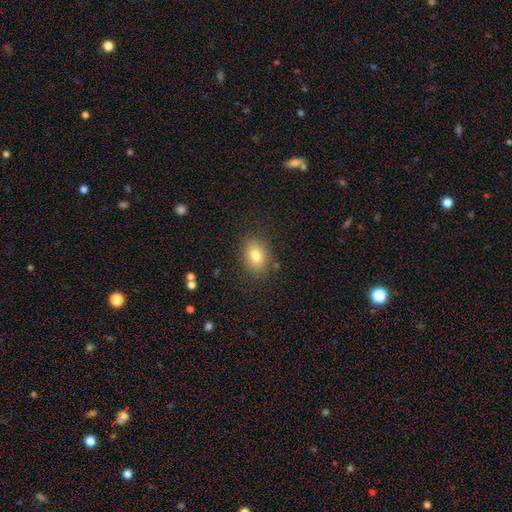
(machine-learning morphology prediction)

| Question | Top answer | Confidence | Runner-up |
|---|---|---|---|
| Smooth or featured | smooth | 79% | featured or disk (11%) |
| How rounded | in between | 75% | round (24%) |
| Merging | none | 84% | minor disturbance (11%) |